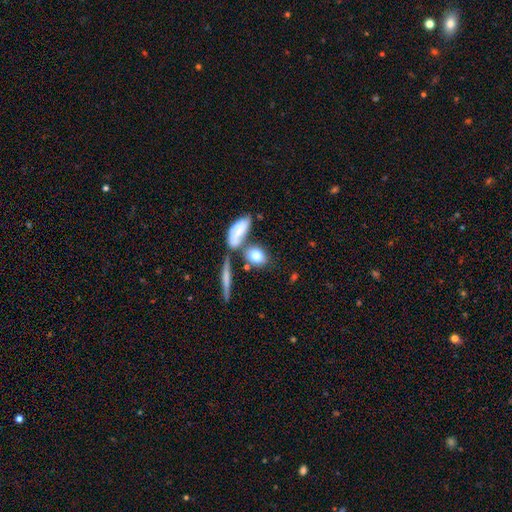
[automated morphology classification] type=smooth (75%); roundness=in between (55%); merging=none (51%).